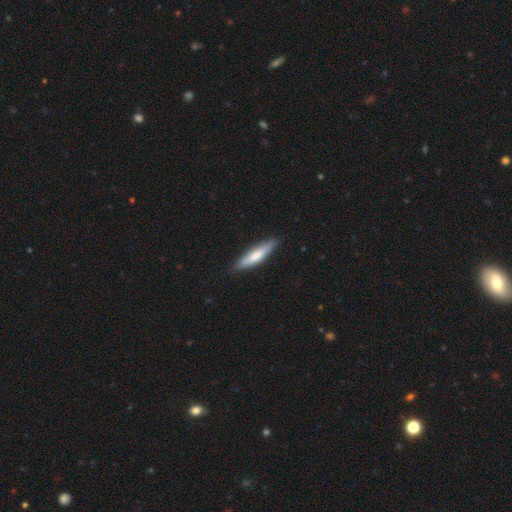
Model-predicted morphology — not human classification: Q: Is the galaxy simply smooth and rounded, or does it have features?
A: smooth — 69%.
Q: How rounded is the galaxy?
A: cigar-shaped — 82%.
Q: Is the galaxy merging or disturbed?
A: none — 85%.